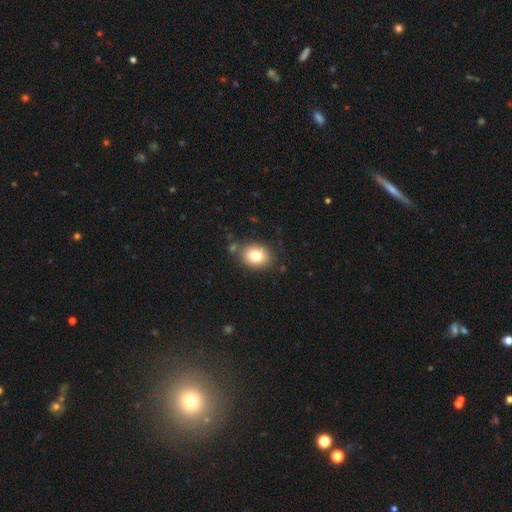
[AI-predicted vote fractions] The model was most divided on "how rounded": round: 53%, in between: 46%, cigar-shaped: 1%. More confident: merging — none (80%); smooth or featured — smooth (79%).